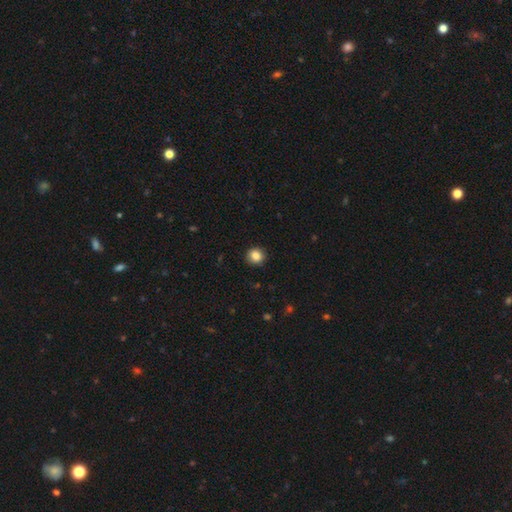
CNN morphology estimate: A smooth galaxy with no disk features (86%) that is round (89%). Merging: none (91%).